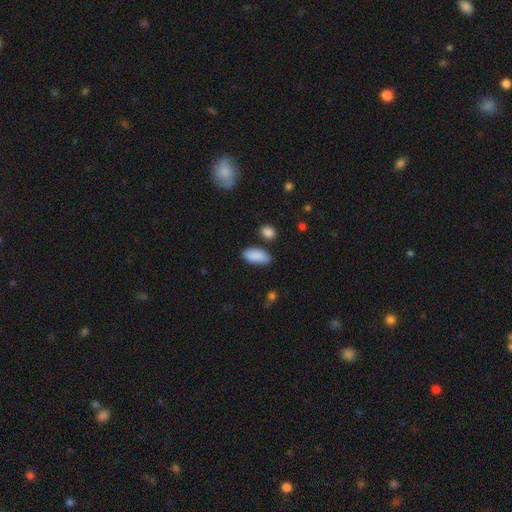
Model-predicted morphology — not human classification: Q: Smooth or featured?
A: smooth (88%); runner-up: star or artifact (7%)
Q: How rounded?
A: in between (90%); runner-up: cigar-shaped (8%)
Q: Merging?
A: none (76%); runner-up: minor disturbance (16%)